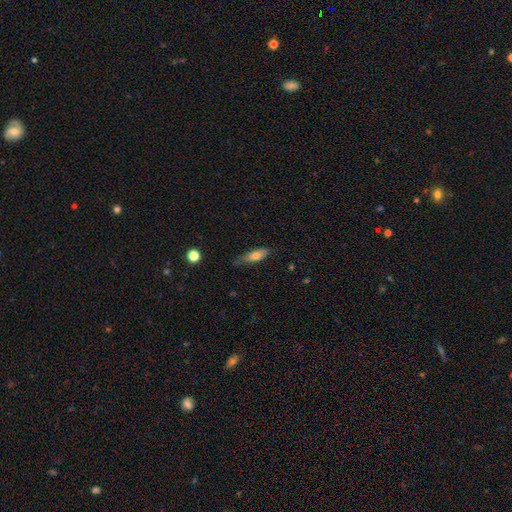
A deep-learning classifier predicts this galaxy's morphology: Smooth or featured? smooth (71%)
How rounded? in between (57%)
Merging? none (58%)